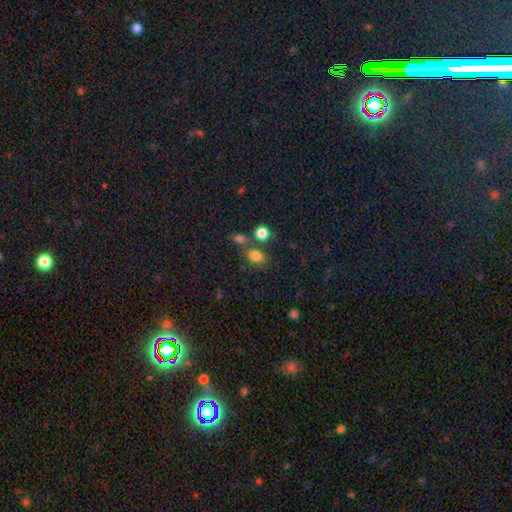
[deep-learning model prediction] A smooth galaxy with no disk features (79%) that is in between round and cigar-shaped (68%).

Vote fractions:
- Smooth or featured? smooth: 79% / star or artifact: 13% / featured or disk: 7%
- How rounded? in between: 68% / round: 30% / cigar-shaped: 2%
- Merging? none: 61% / merger: 20% / minor disturbance: 14% / major disturbance: 6%